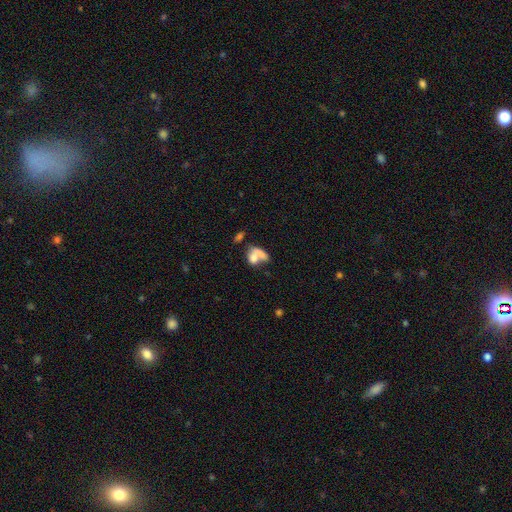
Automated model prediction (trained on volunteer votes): Q: Smooth or featured?
A: smooth (70%); runner-up: featured or disk (20%)
Q: How rounded?
A: in between (66%); runner-up: round (28%)
Q: Merging?
A: merger (56%); runner-up: none (23%)